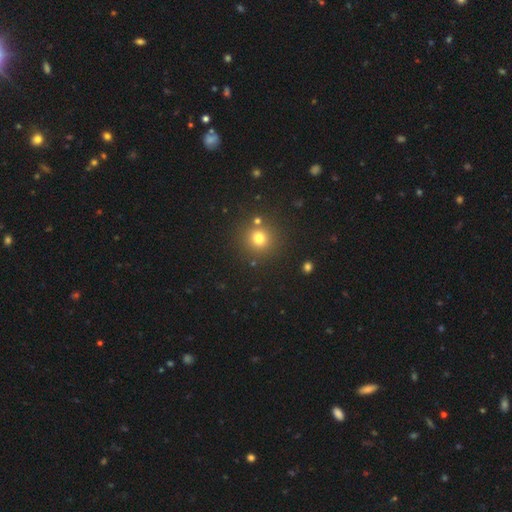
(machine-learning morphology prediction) Smooth or featured?
  - smooth: 53% *
  - star or artifact: 40%
  - featured or disk: 7%
How rounded?
  - round: 93% *
  - in between: 6%
  - cigar-shaped: 1%
Merging?
  - none: 89% *
  - minor disturbance: 6%
  - merger: 3%
  - major disturbance: 2%